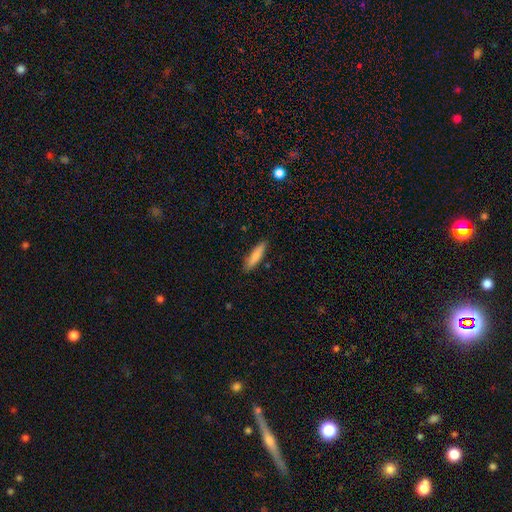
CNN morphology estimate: Overall: smooth (82%). How rounded: cigar-shaped (79%). Merging: none (87%).